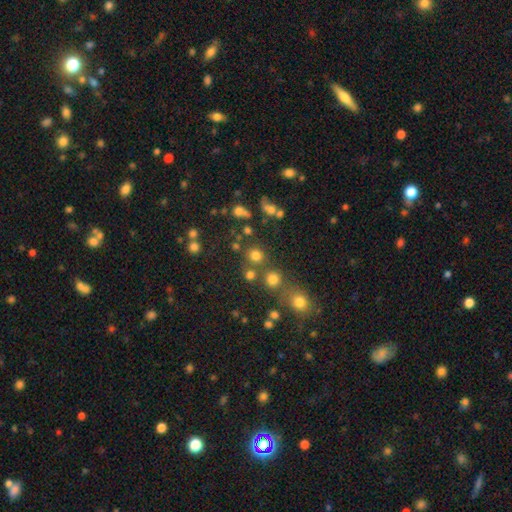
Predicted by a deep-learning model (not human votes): A smooth galaxy with no disk features (74%) that is round (89%).

Vote fractions:
- Smooth or featured? smooth: 74% / star or artifact: 19% / featured or disk: 7%
- How rounded? round: 89% / in between: 10% / cigar-shaped: 1%
- Merging? none: 71% / merger: 16% / minor disturbance: 8% / major disturbance: 4%